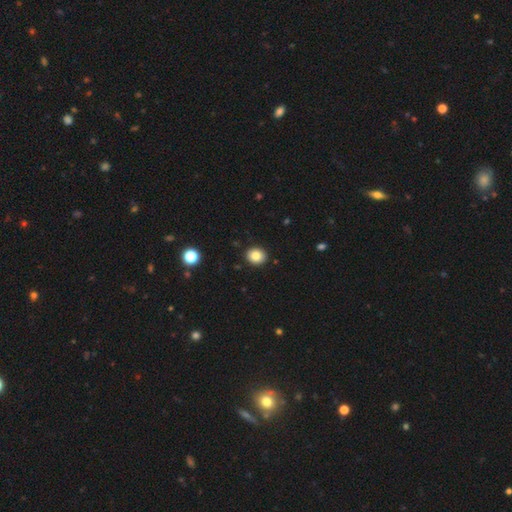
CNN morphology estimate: Smooth or featured? smooth (84%)
How rounded? round (67%)
Merging? none (91%)